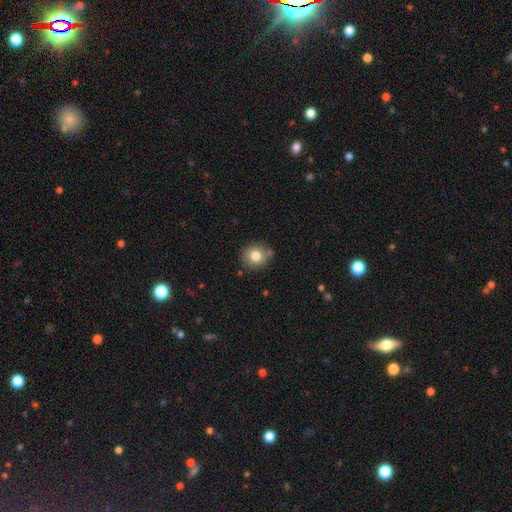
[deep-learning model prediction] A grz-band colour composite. It shows a smooth galaxy with no disk features (80%) that is round (86%). Merging: none (79%).